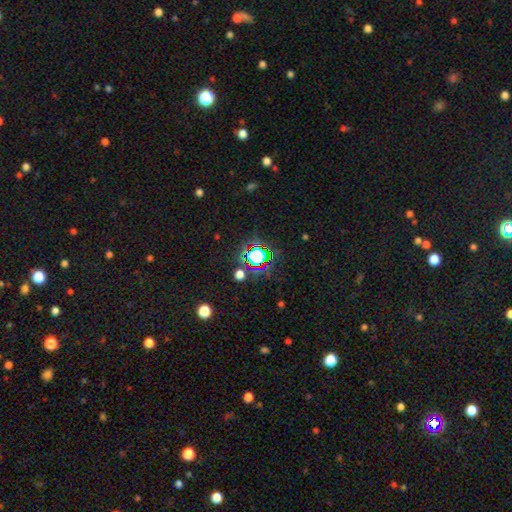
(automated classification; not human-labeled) A star or artifact, not a galaxy (65%).